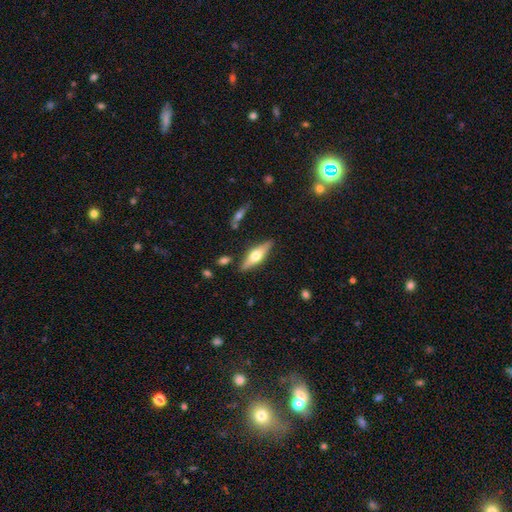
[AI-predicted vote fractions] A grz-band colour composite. It shows a featured or disk galaxy (56%) viewed edge-on (92%) with a rounded central bulge (93%). Merging: none (84%).